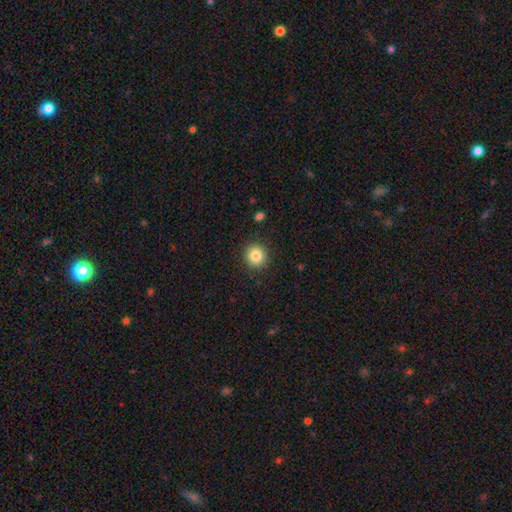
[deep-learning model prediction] A smooth galaxy with no disk features (84%) that is round (91%). Merging: none (91%).